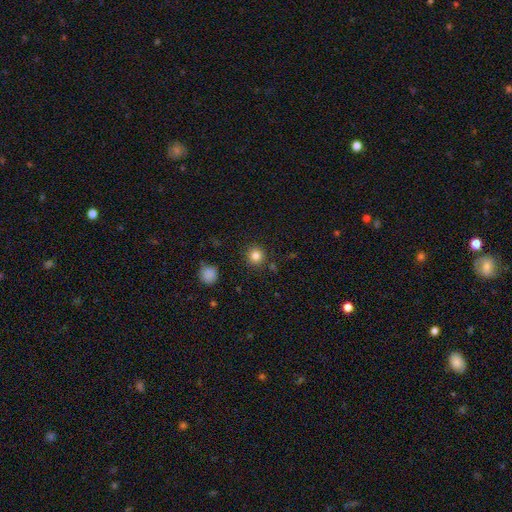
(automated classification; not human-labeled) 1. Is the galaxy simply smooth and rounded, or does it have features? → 83% smooth, 12% star or artifact, 5% featured or disk.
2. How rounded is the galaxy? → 93% round, 6% in between, 1% cigar-shaped.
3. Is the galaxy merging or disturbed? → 88% none, 6% minor disturbance, 3% merger, 2% major disturbance.